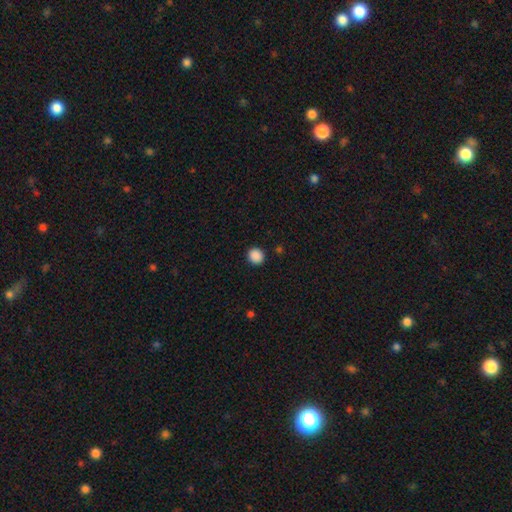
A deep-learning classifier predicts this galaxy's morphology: Smooth or featured? smooth (89%)
How rounded? round (87%)
Merging? none (92%)